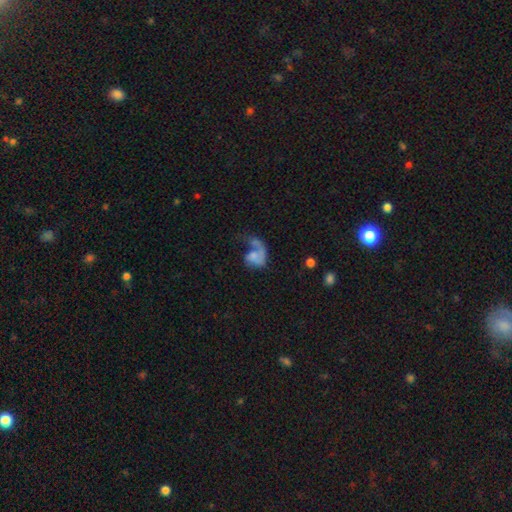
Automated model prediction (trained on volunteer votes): featured or disk 57%, smooth 34%, star or artifact 9%. Down the decision tree: edge-on disk — no (98%); bar — no (79%); spiral arms — yes (72%); bulge size — none (36%); merging — major disturbance (49%).